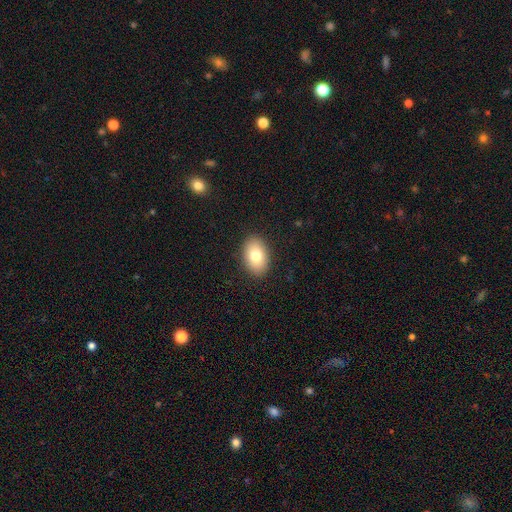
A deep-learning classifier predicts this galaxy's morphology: Smooth or featured?
  - smooth: 80% *
  - featured or disk: 12%
  - star or artifact: 8%
How rounded?
  - in between: 89% *
  - round: 10%
  - cigar-shaped: 1%
Merging?
  - none: 89% *
  - minor disturbance: 8%
  - major disturbance: 2%
  - merger: 1%